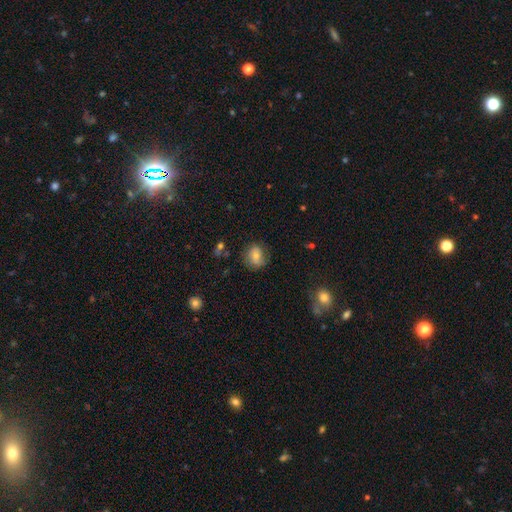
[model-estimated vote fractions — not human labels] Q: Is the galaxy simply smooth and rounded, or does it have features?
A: smooth — 63%.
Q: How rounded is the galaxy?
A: round — 65%.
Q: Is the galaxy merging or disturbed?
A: none — 70%.